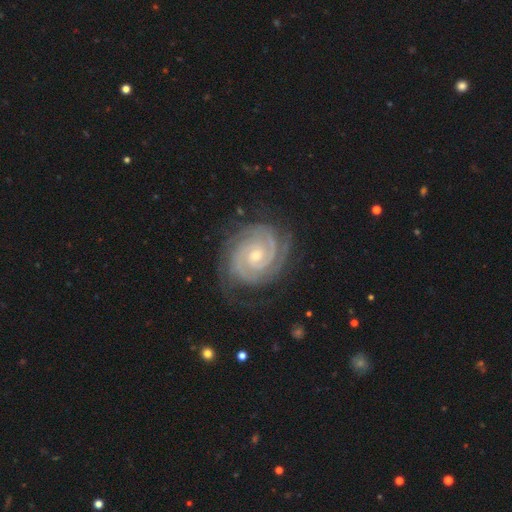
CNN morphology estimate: Smooth or featured? featured or disk (92%)
Edge-on disk? no (98%)
Bar? no (61%)
Spiral arms? yes (99%)
Spiral winding? tight (84%)
Spiral arm count? 2 (69%)
Bulge size? small (53%)
Merging? none (79%)